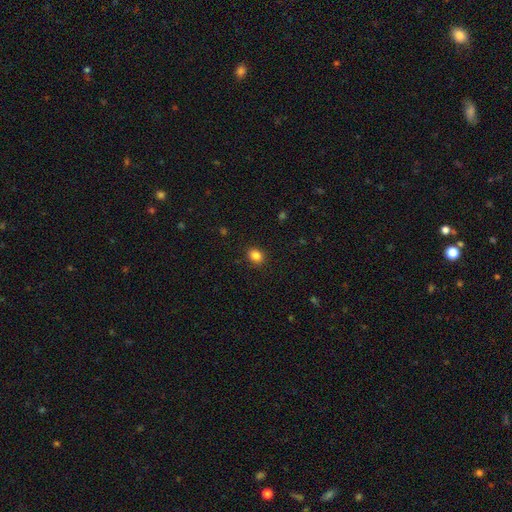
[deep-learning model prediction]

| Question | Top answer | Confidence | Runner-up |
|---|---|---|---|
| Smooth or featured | smooth | 86% | star or artifact (10%) |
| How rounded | in between | 58% | round (41%) |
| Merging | none | 89% | minor disturbance (8%) |